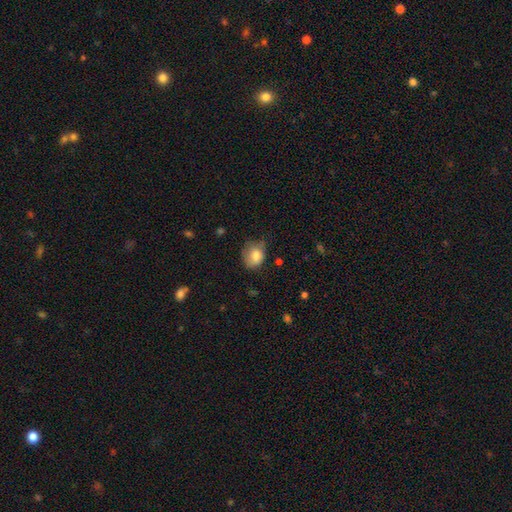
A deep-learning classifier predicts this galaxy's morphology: Smooth or featured? smooth (79%)
How rounded? round (54%)
Merging? none (50%)